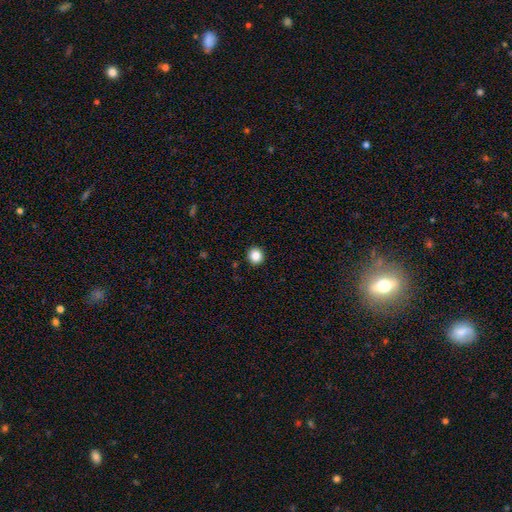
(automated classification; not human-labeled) This is clearly a smooth galaxy (86%). How rounded: clearly round (90%). Merging: clearly none (92%).